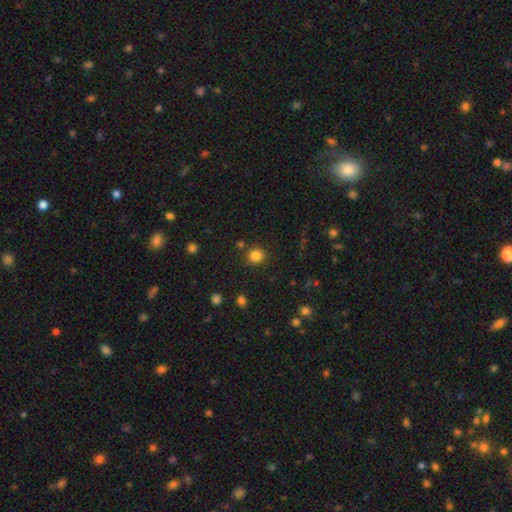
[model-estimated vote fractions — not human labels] smooth_or_featured: smooth (p=0.83) [alt: star or artifact p=0.13]
how_rounded: round (p=0.90) [alt: in between p=0.09]
merging: none (p=0.85) [alt: minor disturbance p=0.07]